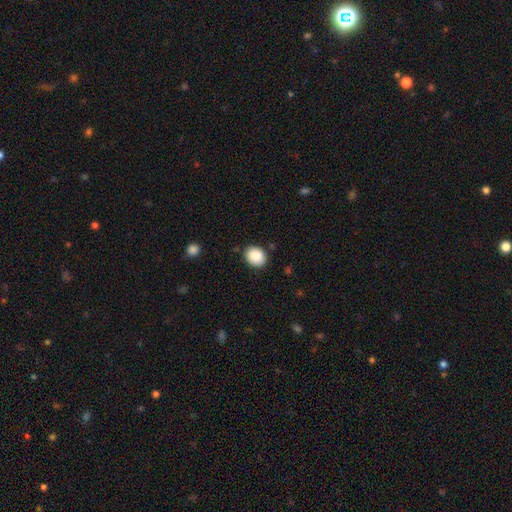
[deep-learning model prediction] This is clearly a smooth galaxy (89%). How rounded: possibly round (59%). Merging: clearly none (86%).